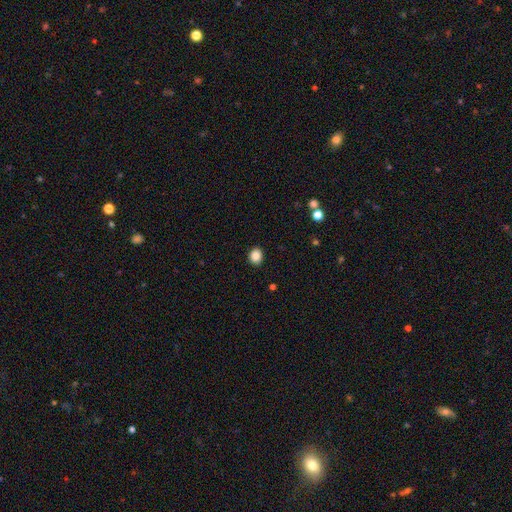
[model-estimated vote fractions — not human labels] A smooth galaxy with no disk features (87%) that is round (57%). Merging: none (91%).